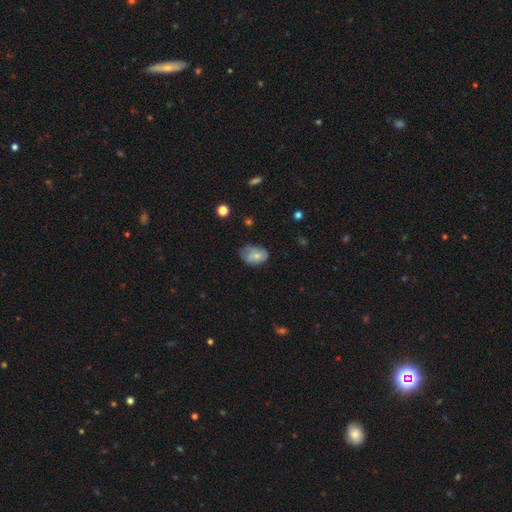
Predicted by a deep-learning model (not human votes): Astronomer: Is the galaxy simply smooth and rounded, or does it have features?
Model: smooth — 68%.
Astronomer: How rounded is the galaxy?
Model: in between — 79%.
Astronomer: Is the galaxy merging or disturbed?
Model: none — 48% (runner-up: minor disturbance, 37%).